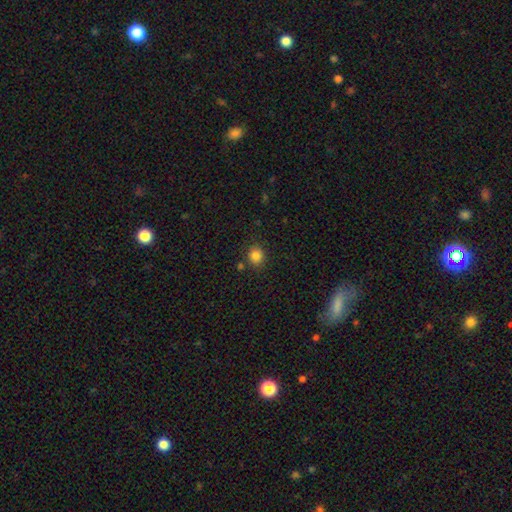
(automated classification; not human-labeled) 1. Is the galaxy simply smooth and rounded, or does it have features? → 84% smooth, 11% star or artifact, 4% featured or disk.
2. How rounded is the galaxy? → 82% round, 17% in between, 1% cigar-shaped.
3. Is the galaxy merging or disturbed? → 84% none, 9% minor disturbance, 4% merger, 3% major disturbance.